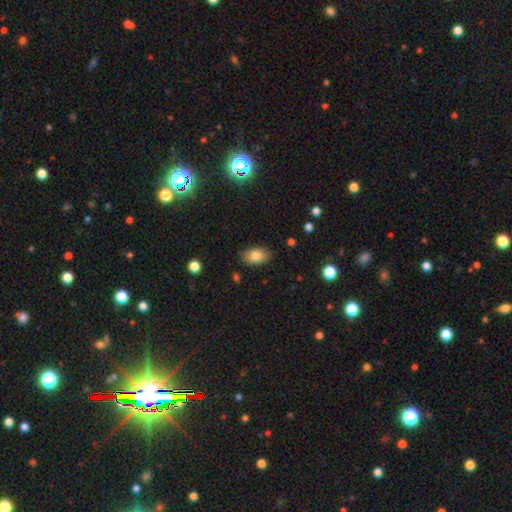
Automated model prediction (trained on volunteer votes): A smooth galaxy with no disk features (81%) that is in between round and cigar-shaped (90%).

Vote fractions:
- Smooth or featured? smooth: 81% / featured or disk: 11% / star or artifact: 8%
- How rounded? in between: 90% / round: 9% / cigar-shaped: 1%
- Merging? none: 87% / minor disturbance: 10% / major disturbance: 2% / merger: 1%